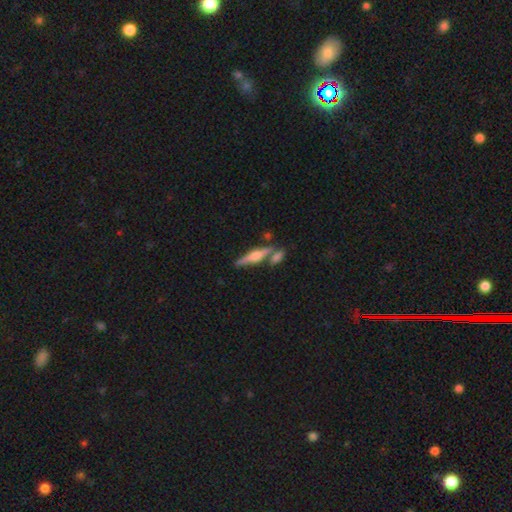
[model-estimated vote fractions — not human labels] smooth_or_featured: featured or disk (p=0.65) [alt: smooth p=0.28]
disk_edge_on: yes (p=0.96) [alt: no p=0.04]
edge_on_bulge: rounded (p=0.85) [alt: boxy p=0.10]
merging: none (p=0.71) [alt: merger p=0.16]